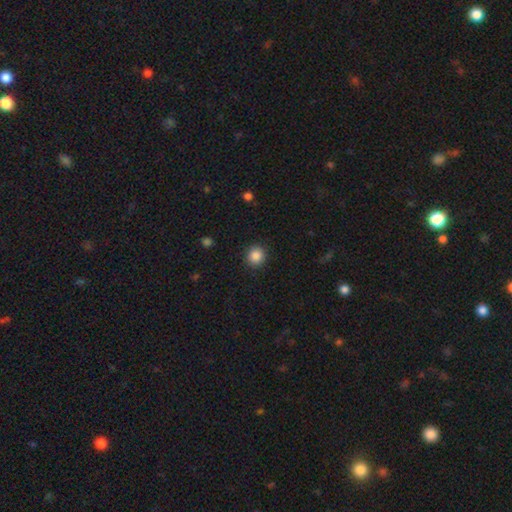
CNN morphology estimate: smooth 87%, star or artifact 10%, featured or disk 3%. Down the decision tree: how rounded — round (91%); merging — none (90%).